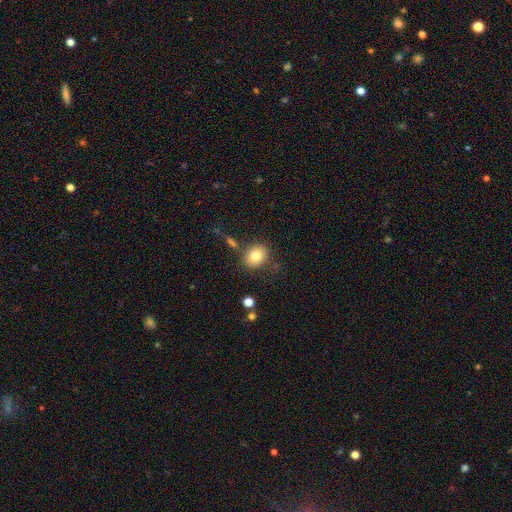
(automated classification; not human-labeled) The model was most divided on "how rounded": round: 53%, in between: 46%, cigar-shaped: 1%. More confident: smooth or featured — smooth (80%); merging — none (79%).